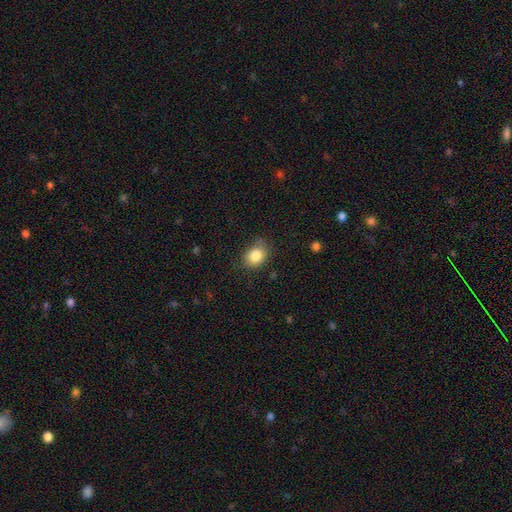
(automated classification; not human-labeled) smooth 83%, star or artifact 10%, featured or disk 7%. Down the decision tree: how rounded — in between (54%); merging — none (70%).